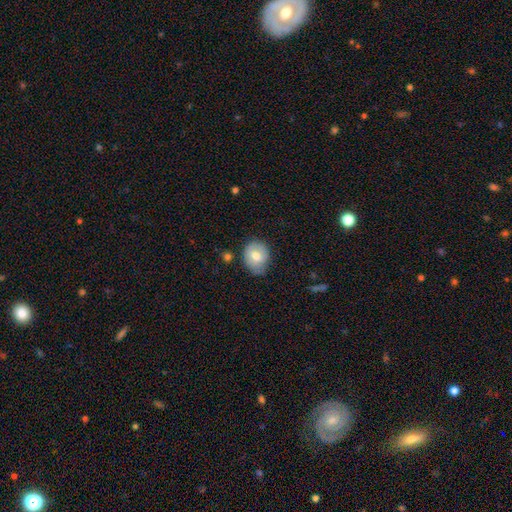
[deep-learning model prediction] The model was most divided on "how rounded": round: 59%, in between: 41%, cigar-shaped: 1%. More confident: smooth or featured — smooth (70%); merging — none (63%).